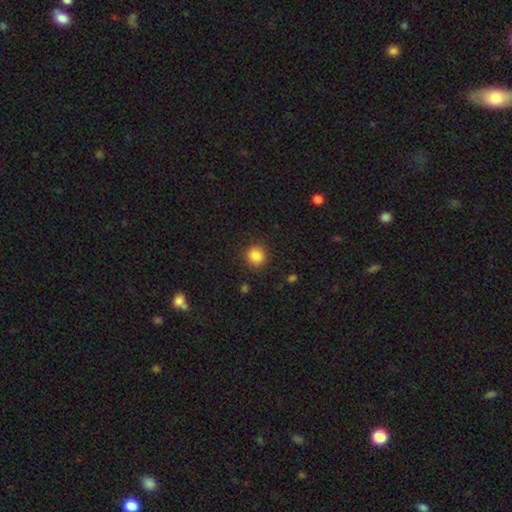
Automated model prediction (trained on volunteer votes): This is clearly a smooth galaxy (86%). How rounded: clearly round (90%). Merging: clearly none (89%).